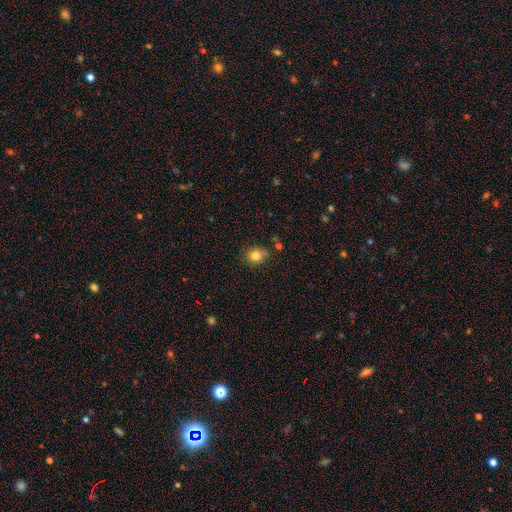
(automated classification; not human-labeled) This is clearly a smooth galaxy (81%). How rounded: likely round (77%). Merging: likely none (72%).